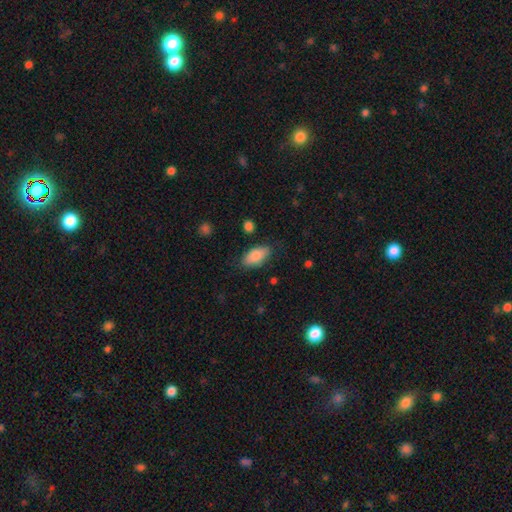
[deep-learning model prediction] smooth 85%, featured or disk 8%, star or artifact 7%. Down the decision tree: how rounded — in between (91%); merging — none (80%).